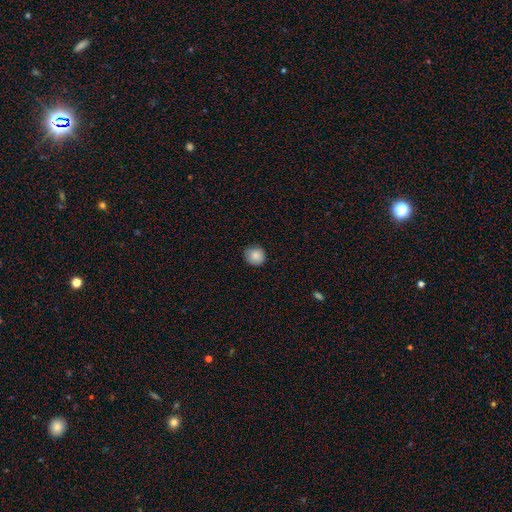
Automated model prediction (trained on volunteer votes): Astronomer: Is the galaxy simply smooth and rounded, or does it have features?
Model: smooth — 86%.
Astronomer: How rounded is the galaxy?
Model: round — 90%.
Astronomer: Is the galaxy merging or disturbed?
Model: none — 82%.